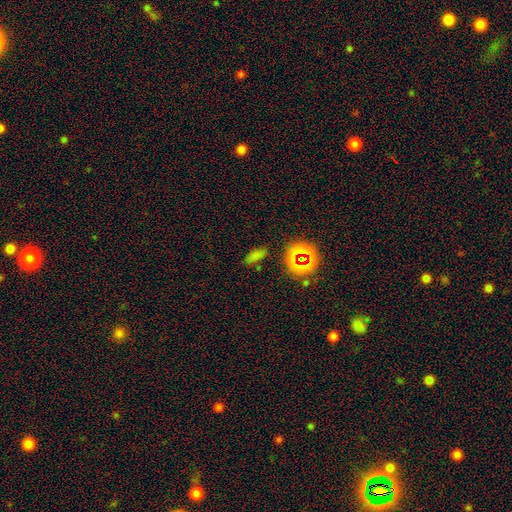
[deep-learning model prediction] Smooth or featured?
  - smooth: 65% *
  - star or artifact: 28%
  - featured or disk: 7%
How rounded?
  - in between: 65% *
  - cigar-shaped: 27%
  - round: 8%
Merging?
  - none: 80% *
  - minor disturbance: 12%
  - major disturbance: 4%
  - merger: 3%